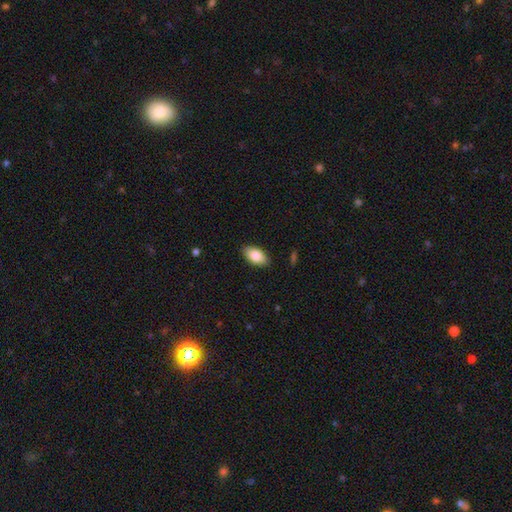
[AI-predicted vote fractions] Overall: smooth (84%). How rounded: in between (94%). Merging: none (89%).